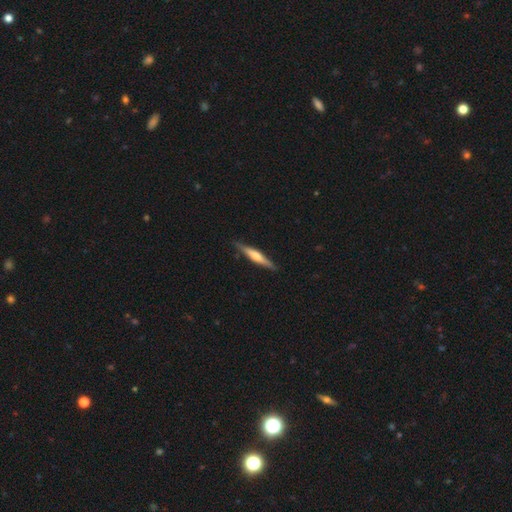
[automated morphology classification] This appears to be a featured or disk galaxy (58%) viewed edge-on (97%) with a rounded central bulge (75%). Merging: none (88%).